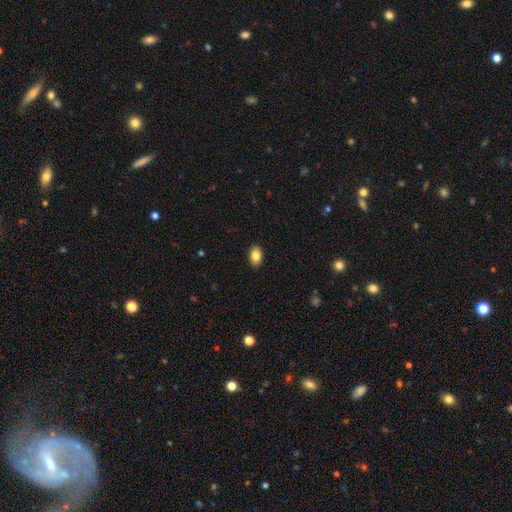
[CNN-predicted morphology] Smooth or featured? Predicted: smooth (p=0.84). How rounded? Predicted: in between (p=0.89). Merging? Predicted: none (p=0.89).